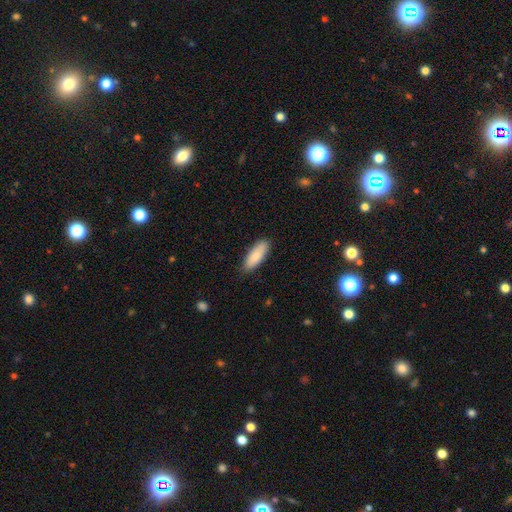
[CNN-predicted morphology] Overall: smooth (86%). How rounded: in between (69%; cigar-shaped 29%). Merging: none (85%).